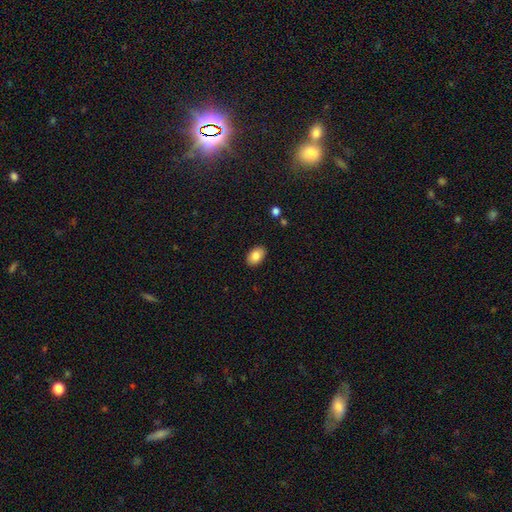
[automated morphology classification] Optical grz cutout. It shows a smooth galaxy with no disk features (85%) that is in between round and cigar-shaped (89%). Merging: none (89%).